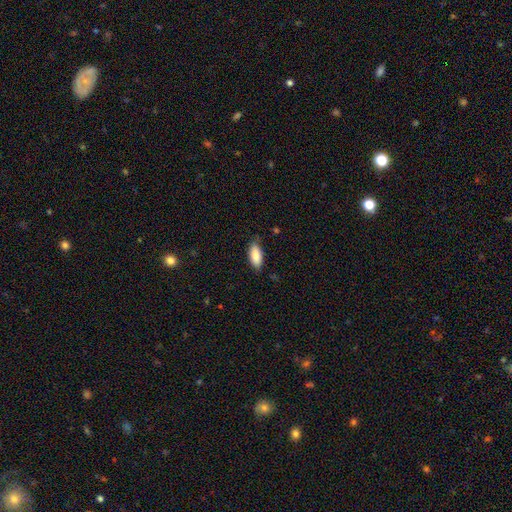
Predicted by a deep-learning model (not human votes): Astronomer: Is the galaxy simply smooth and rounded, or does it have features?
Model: smooth — 87%.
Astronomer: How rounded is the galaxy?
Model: in between — 86%.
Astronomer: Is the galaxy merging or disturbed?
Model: none — 78%.